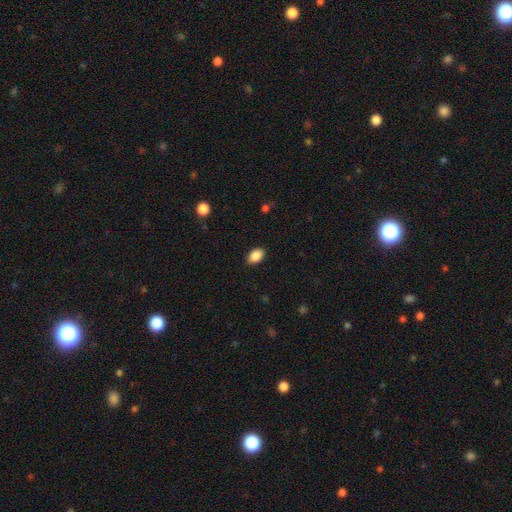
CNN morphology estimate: Overall: smooth (88%). How rounded: in between (89%). Merging: none (87%).